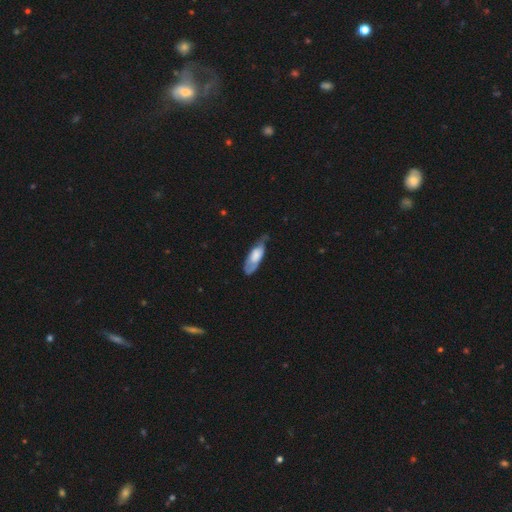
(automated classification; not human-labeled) Smooth or featured: smooth — 52% (featured or disk — 42%)
How rounded: in between — 65% (cigar-shaped — 33%)
Merging: none — 47% (minor disturbance — 36%)